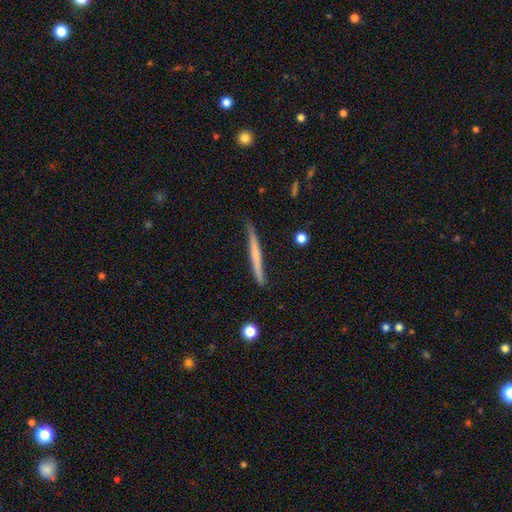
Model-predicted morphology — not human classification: The model was most divided on "smooth or featured": smooth: 48%, featured or disk: 47%, star or artifact: 6%. More confident: merging — none (84%).